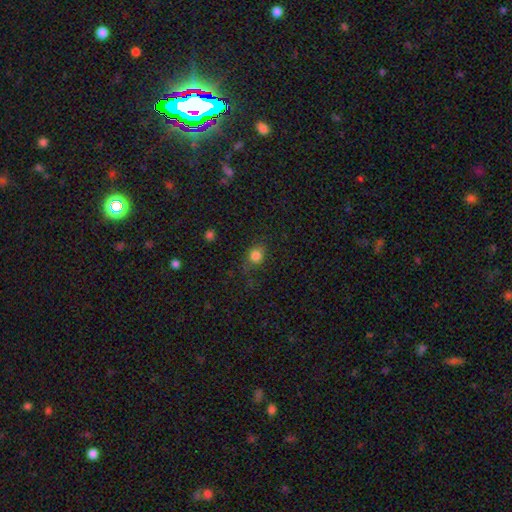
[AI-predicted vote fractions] This is clearly a smooth galaxy (81%). How rounded: likely round (76%). Merging: likely none (71%).